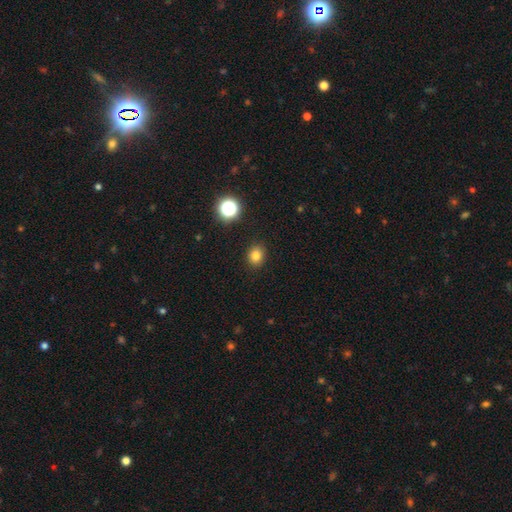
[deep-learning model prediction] A smooth galaxy with no disk features (80%) that is round (68%).

Vote fractions:
- Smooth or featured? smooth: 80% / star or artifact: 14% / featured or disk: 5%
- How rounded? round: 68% / in between: 32% / cigar-shaped: 1%
- Merging? none: 90% / minor disturbance: 7% / major disturbance: 2% / merger: 1%